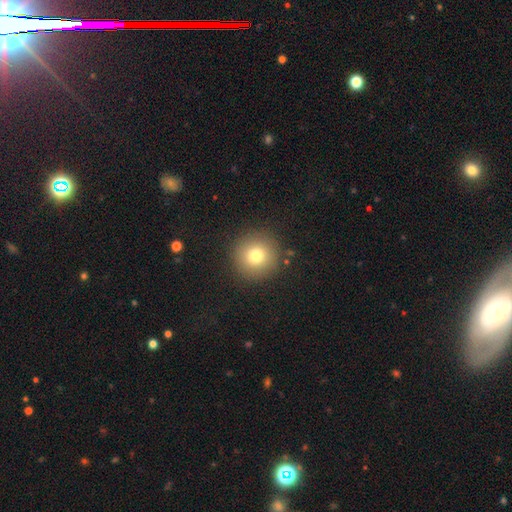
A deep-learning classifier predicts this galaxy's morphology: This appears to be a smooth galaxy with no disk features (77%) that is round (96%). Merging: none (89%).